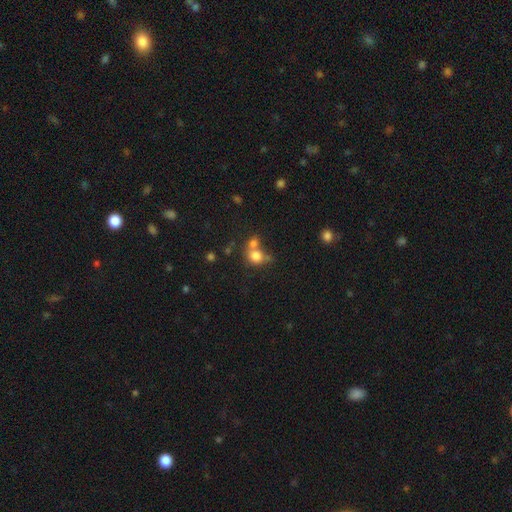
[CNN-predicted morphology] This is likely a smooth galaxy (77%). How rounded: likely round (69%). Merging: possibly merger (50%).